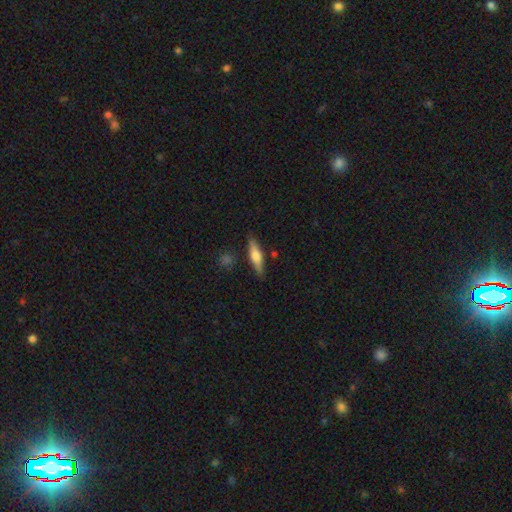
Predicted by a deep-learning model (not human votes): smooth_or_featured: smooth (p=0.56) [alt: featured or disk p=0.37]
how_rounded: cigar-shaped (p=0.70) [alt: in between p=0.27]
merging: none (p=0.83) [alt: minor disturbance p=0.11]